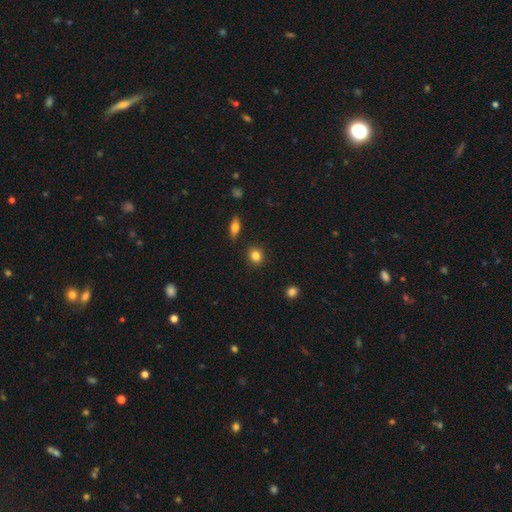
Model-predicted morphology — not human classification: A smooth galaxy with no disk features (84%) that is round (82%). Merging: none (89%).